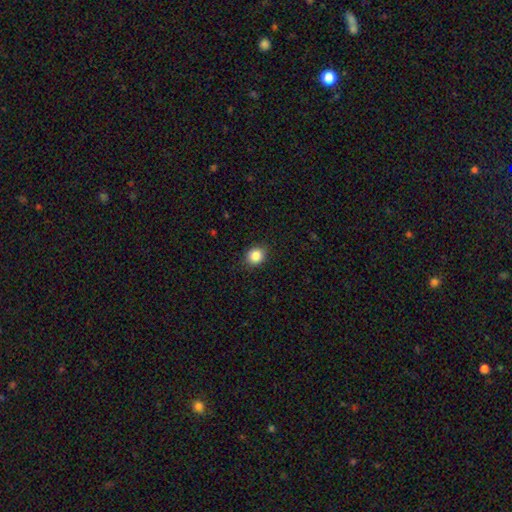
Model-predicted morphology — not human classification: Q: Smooth or featured?
A: smooth (86%); runner-up: star or artifact (10%)
Q: How rounded?
A: round (71%); runner-up: in between (28%)
Q: Merging?
A: none (89%); runner-up: minor disturbance (8%)